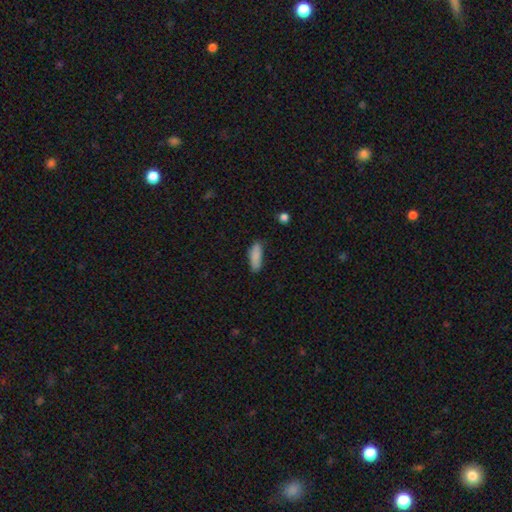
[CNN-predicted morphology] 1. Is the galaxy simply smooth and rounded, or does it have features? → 87% smooth, 7% star or artifact, 6% featured or disk.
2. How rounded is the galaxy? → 57% in between, 41% cigar-shaped, 2% round.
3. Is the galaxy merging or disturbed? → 78% none, 17% minor disturbance, 3% major disturbance, 2% merger.